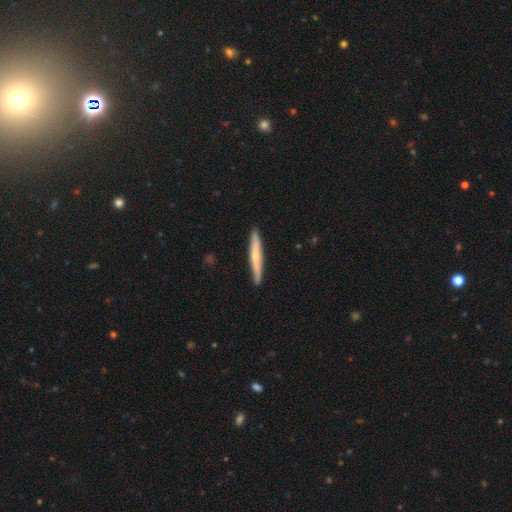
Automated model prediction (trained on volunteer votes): Smooth or featured? smooth (54%)
How rounded? cigar-shaped (95%)
Merging? none (89%)